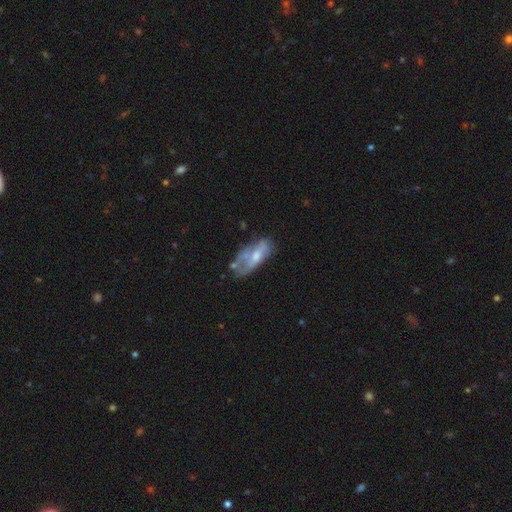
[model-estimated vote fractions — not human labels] Q: Smooth or featured?
A: featured or disk (54%); runner-up: smooth (37%)
Q: Edge-on disk?
A: no (84%); runner-up: yes (16%)
Q: Merging?
A: none (41%); runner-up: minor disturbance (28%)